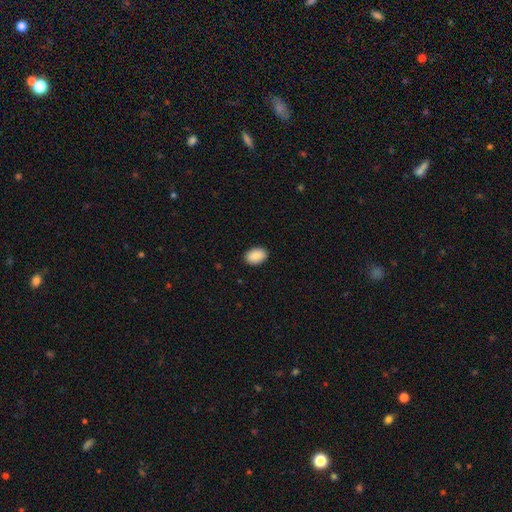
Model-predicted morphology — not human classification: Overall: smooth (89%). How rounded: in between (85%). Merging: none (90%).